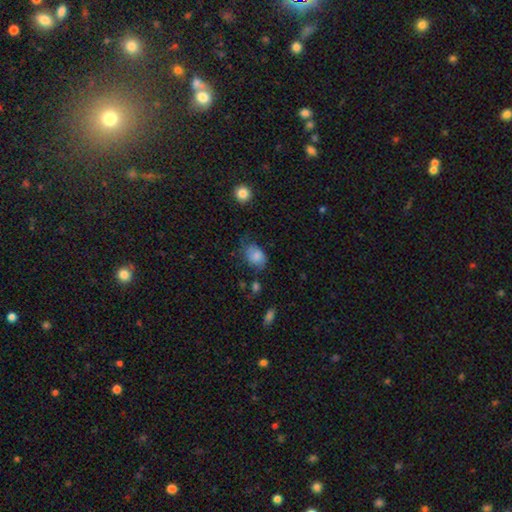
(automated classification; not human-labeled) Overall: smooth (79%). How rounded: in between (75%). Merging: none (52%; minor disturbance 32%).